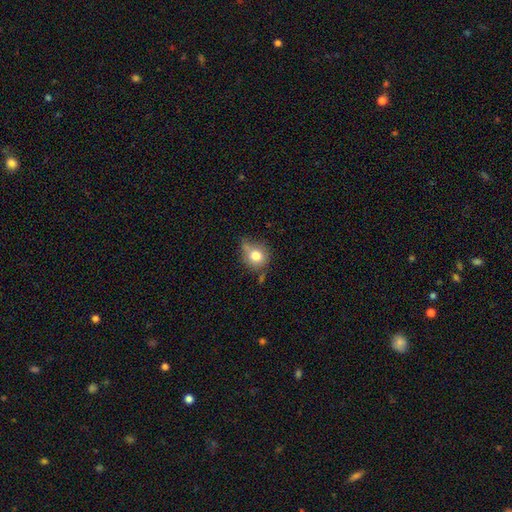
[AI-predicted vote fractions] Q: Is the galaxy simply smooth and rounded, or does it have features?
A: smooth — 76%.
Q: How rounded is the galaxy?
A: round — 74%.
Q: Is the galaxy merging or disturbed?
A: none — 51%.